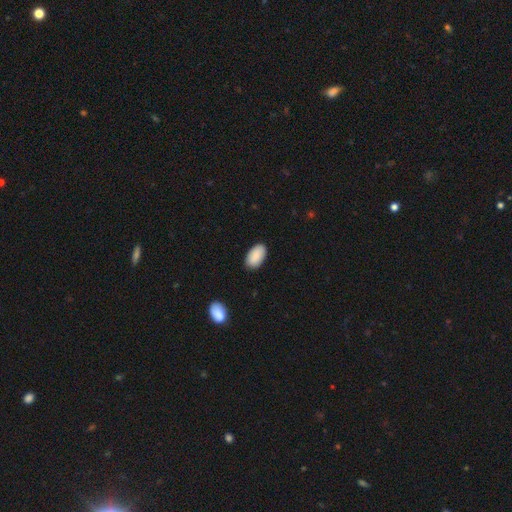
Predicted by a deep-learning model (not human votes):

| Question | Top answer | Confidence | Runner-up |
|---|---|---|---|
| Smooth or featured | smooth | 90% | star or artifact (6%) |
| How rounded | in between | 96% | round (3%) |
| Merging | none | 88% | minor disturbance (9%) |